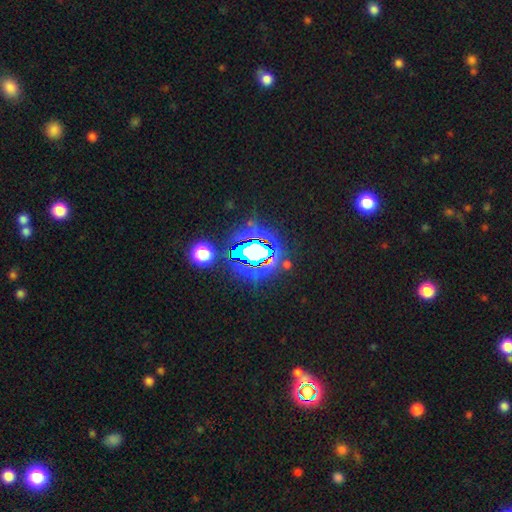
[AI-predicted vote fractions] A star or artifact, not a galaxy (76%).

Vote fractions:
- Smooth or featured? star or artifact: 76% / smooth: 13% / featured or disk: 11%